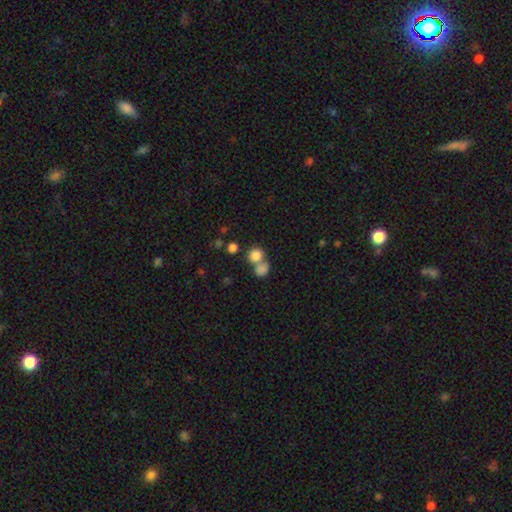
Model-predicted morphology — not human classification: The model was most divided on "merging": merger: 46%, none: 42%, minor disturbance: 7%, major disturbance: 4%. More confident: smooth or featured — smooth (81%); how rounded — round (78%).